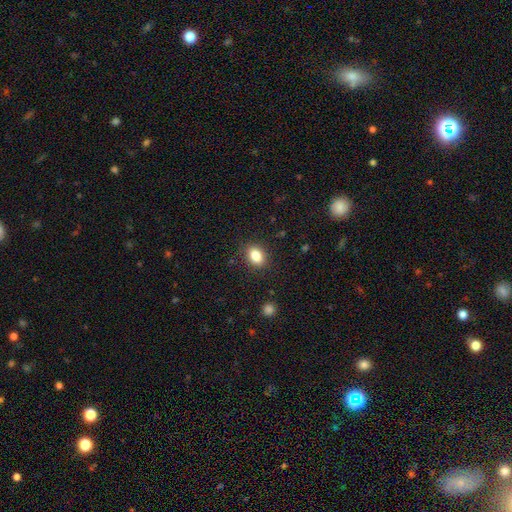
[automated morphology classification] smooth_or_featured: smooth (p=0.84) [alt: star or artifact p=0.09]
how_rounded: in between (p=0.73) [alt: round p=0.25]
merging: none (p=0.87) [alt: minor disturbance p=0.09]